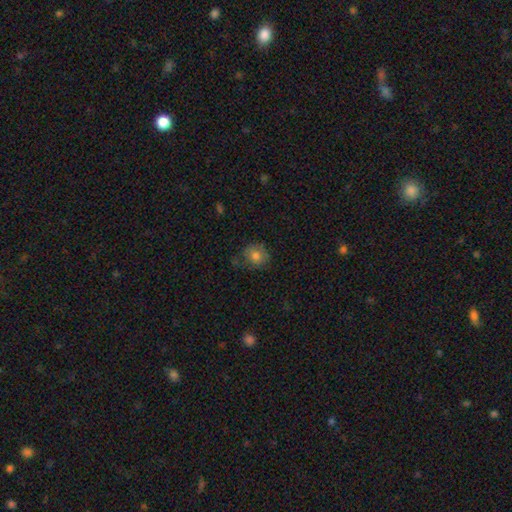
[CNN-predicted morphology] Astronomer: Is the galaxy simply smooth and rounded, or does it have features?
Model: smooth — 77%.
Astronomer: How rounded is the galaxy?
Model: round — 78%.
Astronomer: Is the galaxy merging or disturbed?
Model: none — 63%.